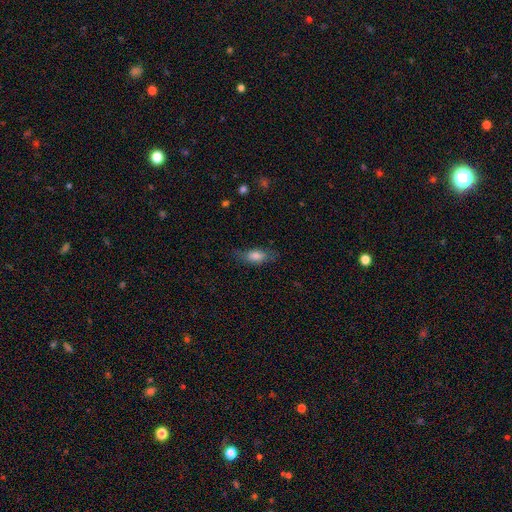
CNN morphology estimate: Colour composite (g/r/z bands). It shows a smooth galaxy with no disk features (76%) that is in between round and cigar-shaped (78%). Merging: none (70%).